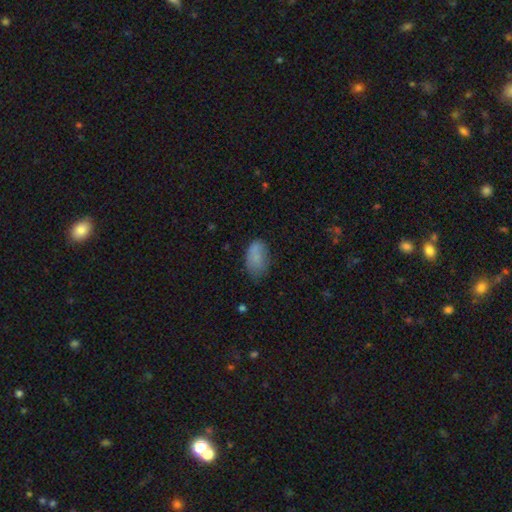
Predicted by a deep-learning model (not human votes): Smooth or featured? Predicted: smooth (p=0.80). How rounded? Predicted: in between (p=0.93). Merging? Predicted: none (p=0.61).